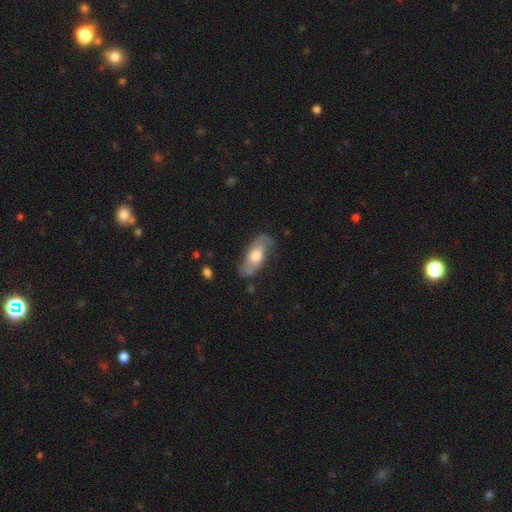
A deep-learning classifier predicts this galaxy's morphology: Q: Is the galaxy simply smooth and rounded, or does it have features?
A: featured or disk — 57%.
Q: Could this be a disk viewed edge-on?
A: no — 86%.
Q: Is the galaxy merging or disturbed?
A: none — 68%.